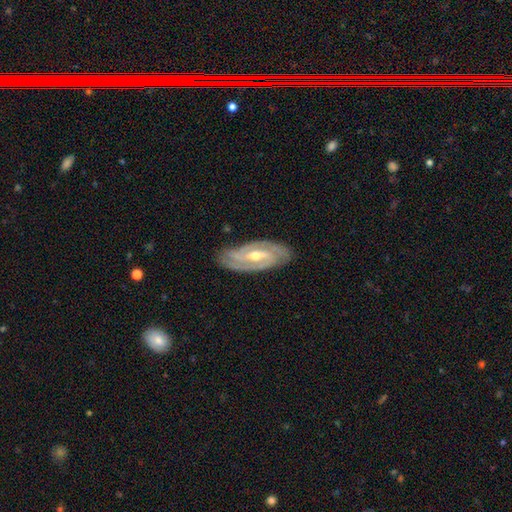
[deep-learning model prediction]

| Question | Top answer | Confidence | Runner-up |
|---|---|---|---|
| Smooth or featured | featured or disk | 88% | smooth (7%) |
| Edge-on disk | no | 93% | yes (7%) |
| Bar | weak | 44% | strong (31%) |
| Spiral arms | yes | 97% | no (3%) |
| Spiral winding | tight | 52% | medium (40%) |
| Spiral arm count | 2 | 67% | 3 (18%) |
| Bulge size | moderate | 60% | small (36%) |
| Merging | none | 83% | minor disturbance (13%) |